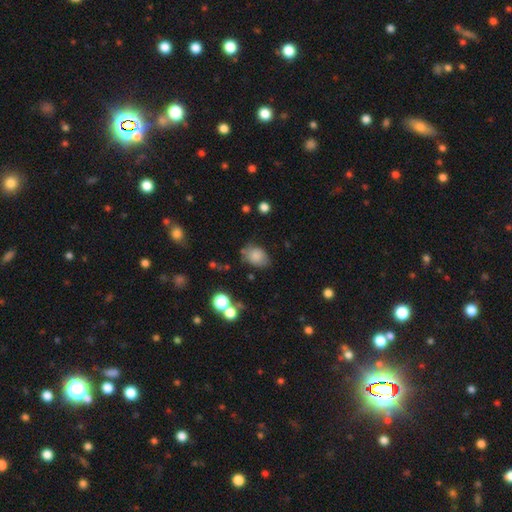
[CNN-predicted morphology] smooth_or_featured: smooth (p=0.80) [alt: featured or disk p=0.10]
how_rounded: in between (p=0.73) [alt: round p=0.26]
merging: none (p=0.64) [alt: minor disturbance p=0.24]